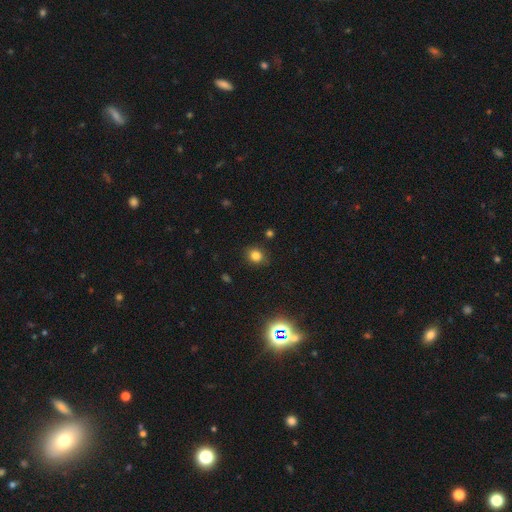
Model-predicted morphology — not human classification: Overall: smooth (79%). How rounded: round (69%; in between 30%). Merging: none (85%).